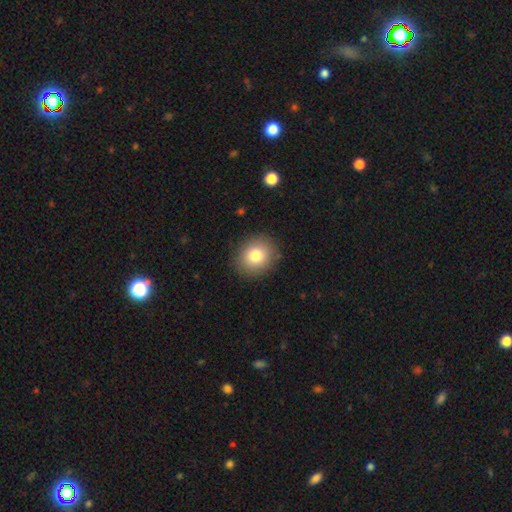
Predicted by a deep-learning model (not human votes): smooth-or-featured: smooth: 80% | featured or disk: 10% | star or artifact: 10%
  how-rounded: round: 75% | in between: 24% | cigar-shaped: 1%
  merging: none: 89% | minor disturbance: 8% | major disturbance: 2% | merger: 1%